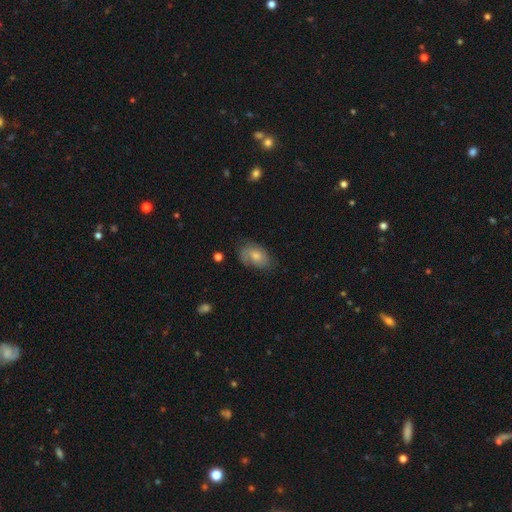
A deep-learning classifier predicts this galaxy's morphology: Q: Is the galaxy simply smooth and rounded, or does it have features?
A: smooth — 48%.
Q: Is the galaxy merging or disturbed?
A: none — 68%.